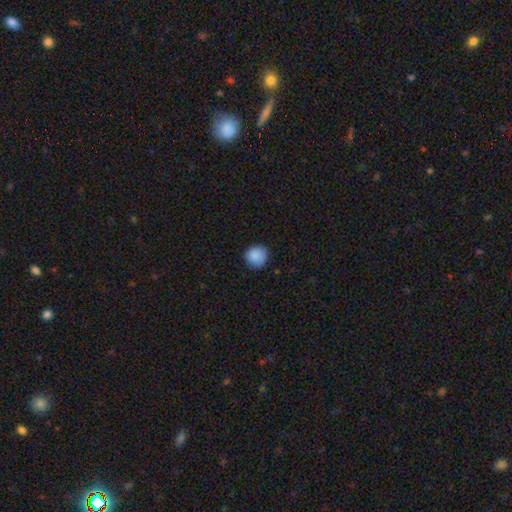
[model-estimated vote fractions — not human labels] A smooth galaxy with no disk features (89%) that is round (93%). Merging: none (86%).